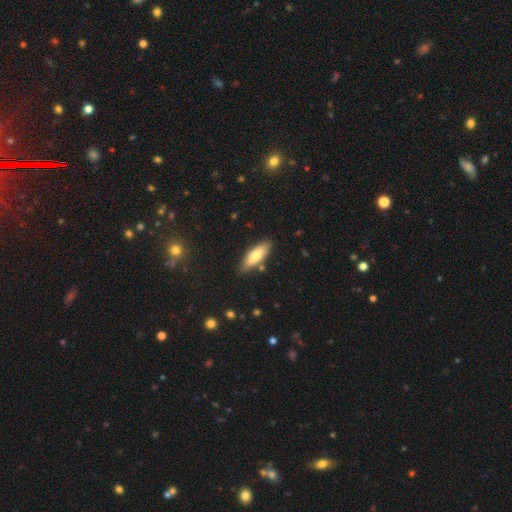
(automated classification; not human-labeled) This appears to be a smooth galaxy with no disk features (74%) that is in between round and cigar-shaped (55%). Merging: none (83%).